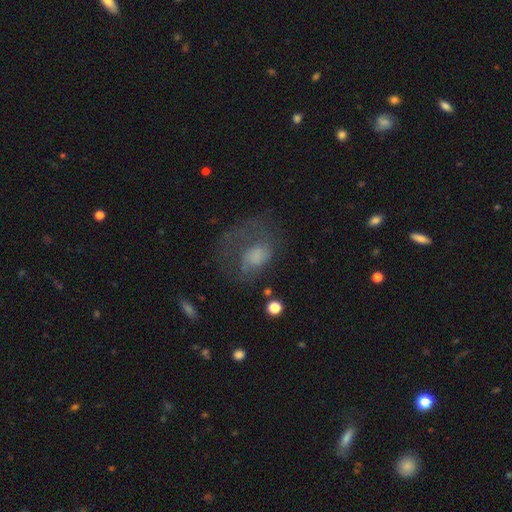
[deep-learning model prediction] Q: Smooth or featured?
A: smooth (44%); runner-up: featured or disk (43%)
Q: Merging?
A: major disturbance (49%); runner-up: none (29%)